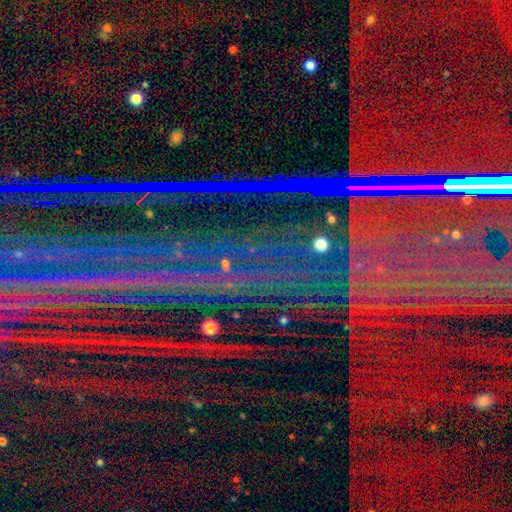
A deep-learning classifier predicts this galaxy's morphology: Smooth or featured? Predicted: star or artifact (p=0.88).